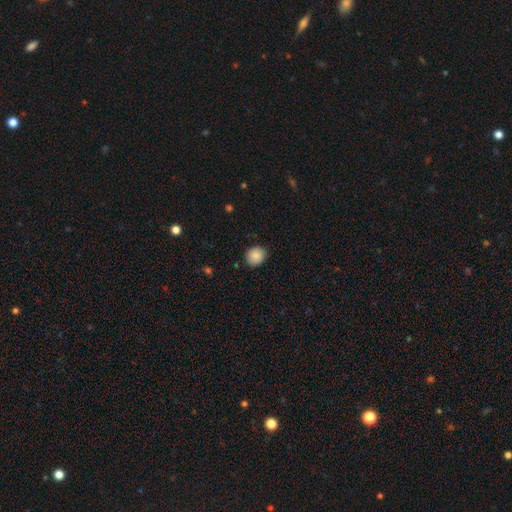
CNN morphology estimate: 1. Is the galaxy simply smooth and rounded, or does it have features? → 88% smooth, 8% star or artifact, 4% featured or disk.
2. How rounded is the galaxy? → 81% round, 18% in between, 1% cigar-shaped.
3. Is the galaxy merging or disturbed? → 87% none, 10% minor disturbance, 2% major disturbance, 1% merger.